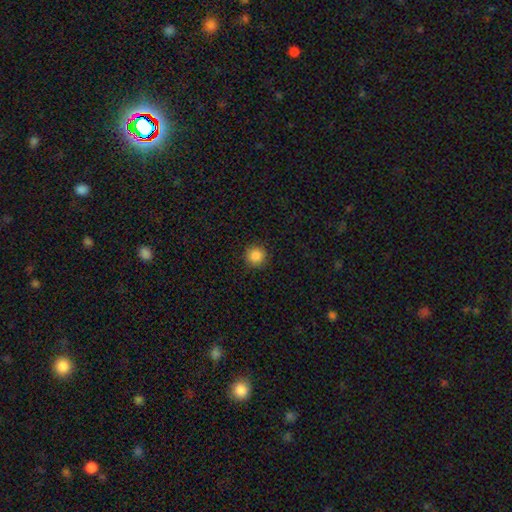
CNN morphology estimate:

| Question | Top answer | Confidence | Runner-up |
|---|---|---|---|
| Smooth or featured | smooth | 86% | star or artifact (10%) |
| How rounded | round | 95% | in between (4%) |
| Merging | none | 91% | minor disturbance (6%) |